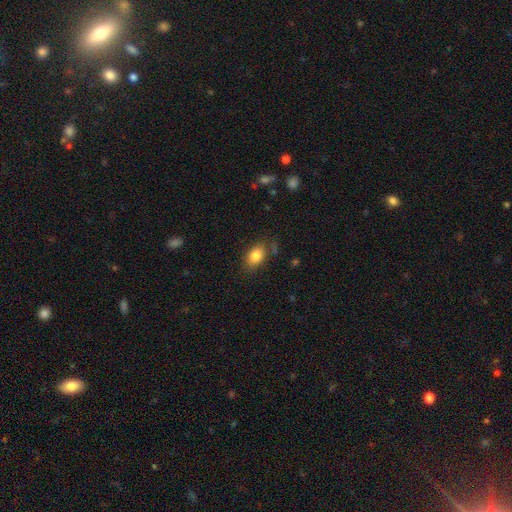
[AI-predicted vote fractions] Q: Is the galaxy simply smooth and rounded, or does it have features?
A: smooth — 84%.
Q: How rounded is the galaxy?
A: in between — 84%.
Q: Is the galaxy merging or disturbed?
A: none — 77%.